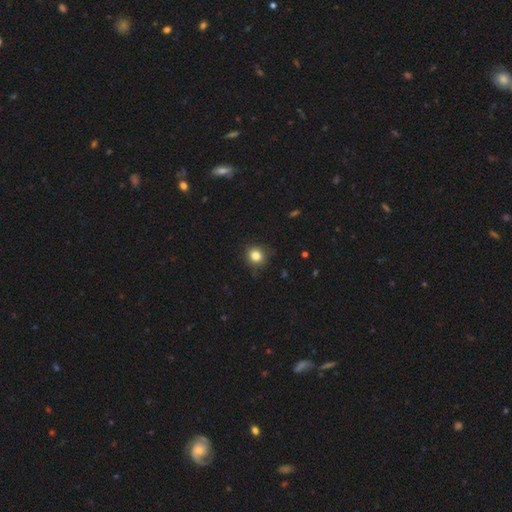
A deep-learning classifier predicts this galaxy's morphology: type=smooth (83%); roundness=round (82%); merging=none (85%).